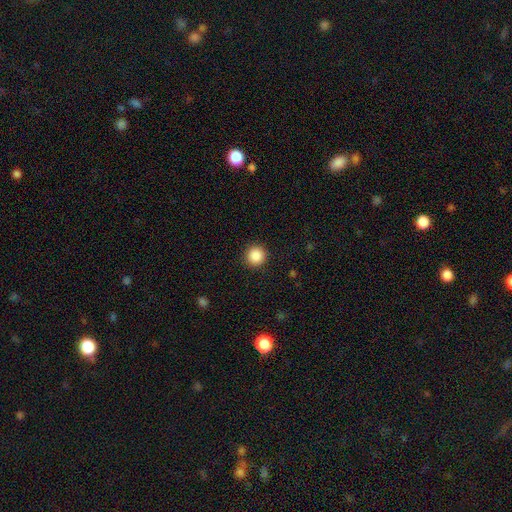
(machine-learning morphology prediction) type=smooth (88%); roundness=round (95%); merging=none (92%).